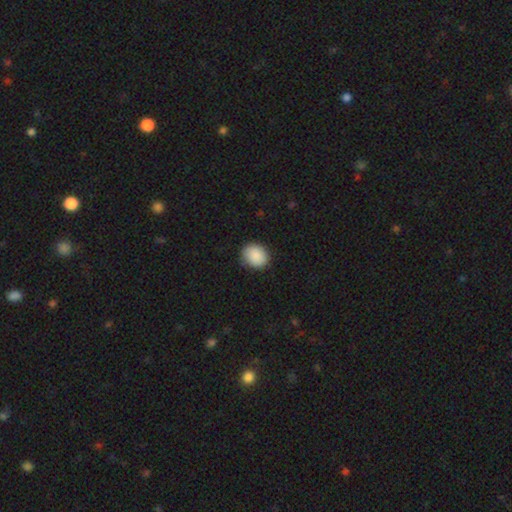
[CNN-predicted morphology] Smooth or featured? Predicted: smooth (p=0.89). How rounded? Predicted: round (p=0.65). Merging? Predicted: none (p=0.86).